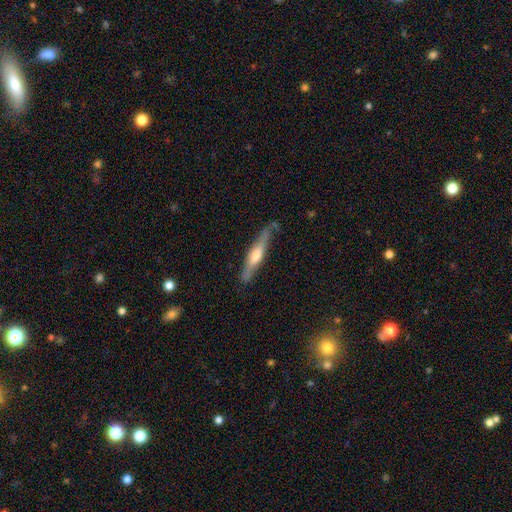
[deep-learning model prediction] Smooth or featured?
  - featured or disk: 59% *
  - smooth: 36%
  - star or artifact: 5%
Edge-on disk?
  - yes: 91% *
  - no: 9%
Edge-on bulge?
  - rounded: 75% *
  - boxy: 14%
  - none: 11%
Merging?
  - none: 75% *
  - minor disturbance: 18%
  - major disturbance: 4%
  - merger: 3%